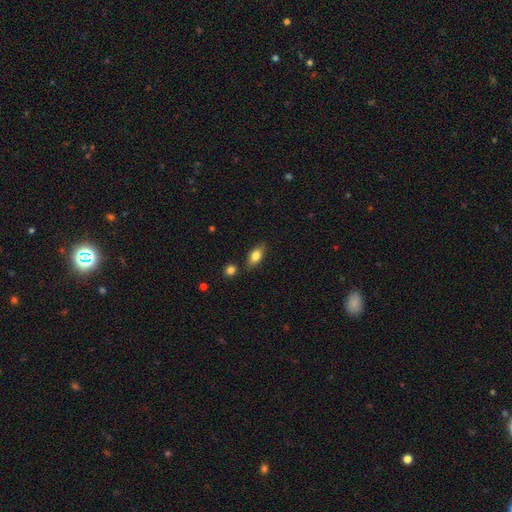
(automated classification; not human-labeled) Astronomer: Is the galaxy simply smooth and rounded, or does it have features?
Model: smooth — 80%.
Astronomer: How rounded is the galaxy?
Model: in between — 85%.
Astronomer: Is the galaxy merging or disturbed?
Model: none — 79%.